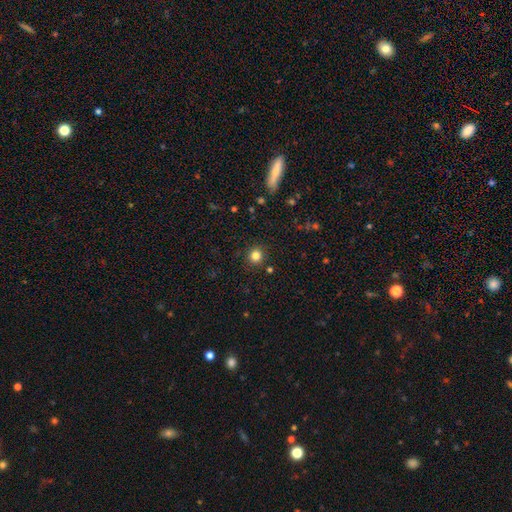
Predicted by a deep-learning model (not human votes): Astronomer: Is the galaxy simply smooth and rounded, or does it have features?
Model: smooth — 81%.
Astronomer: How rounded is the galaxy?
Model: round — 91%.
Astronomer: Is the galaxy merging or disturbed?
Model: none — 89%.